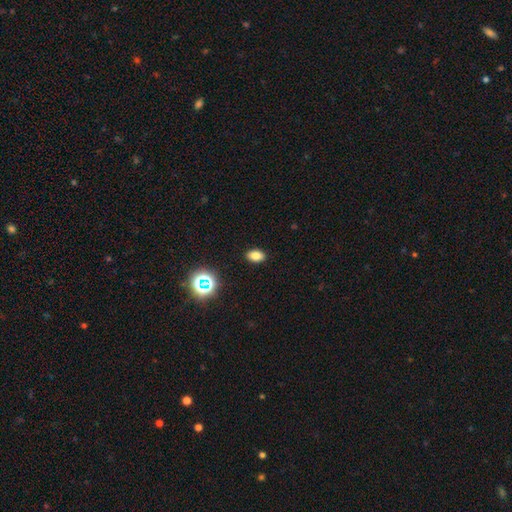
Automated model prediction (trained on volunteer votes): Morphology: type=smooth (78%); roundness=in between (86%); merging=none (89%).